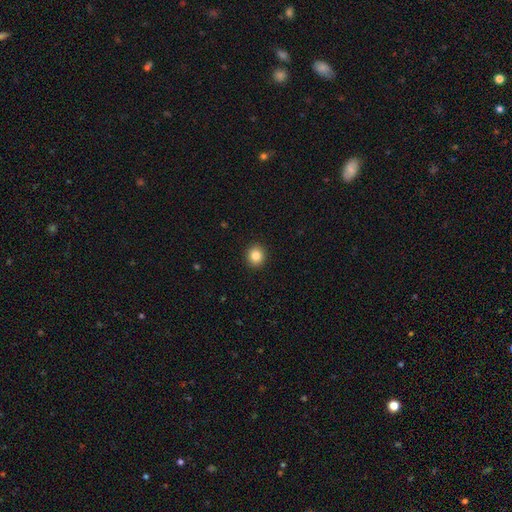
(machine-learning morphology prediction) smooth 84%, star or artifact 10%, featured or disk 6%. Down the decision tree: how rounded — round (86%); merging — none (92%).